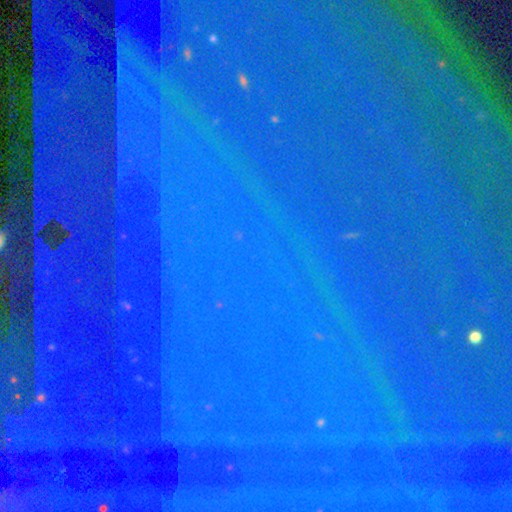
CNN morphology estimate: Q: Smooth or featured?
A: star or artifact (86%); runner-up: featured or disk (7%)